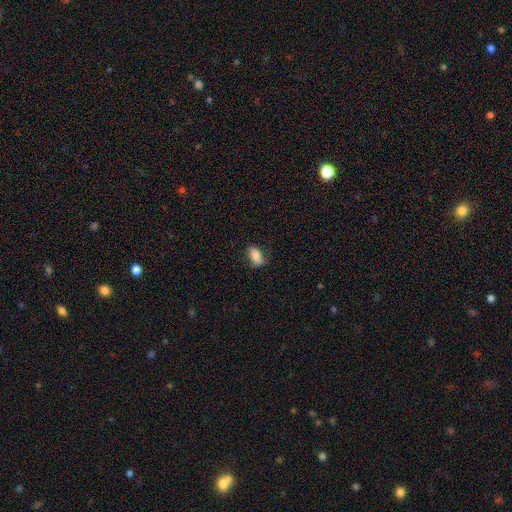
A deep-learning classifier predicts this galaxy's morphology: smooth-or-featured: smooth: 80% | featured or disk: 12% | star or artifact: 8%
  how-rounded: in between: 88% | round: 7% | cigar-shaped: 4%
  merging: none: 75% | minor disturbance: 19% | major disturbance: 5% | merger: 1%